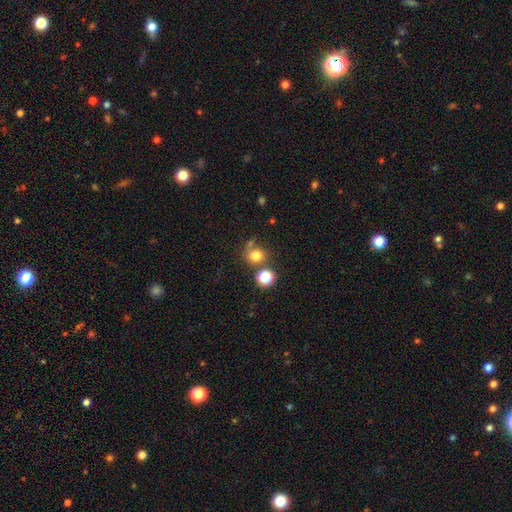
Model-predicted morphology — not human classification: Smooth or featured? Predicted: smooth (p=0.77). How rounded? Predicted: round (p=0.82). Merging? Predicted: none (p=0.57).